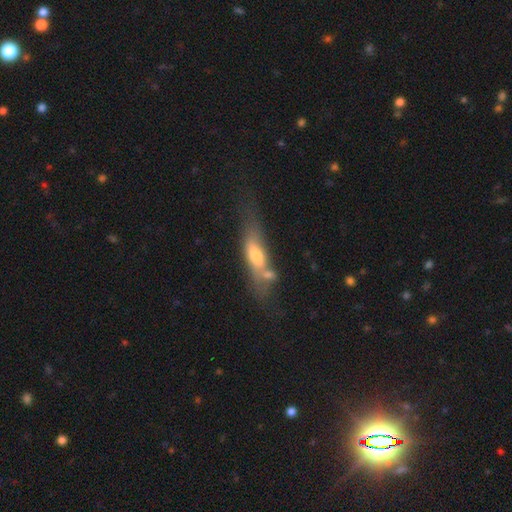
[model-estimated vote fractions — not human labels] smooth 53%, featured or disk 40%, star or artifact 8%. Down the decision tree: how rounded — in between (49%); merging — none (34%).